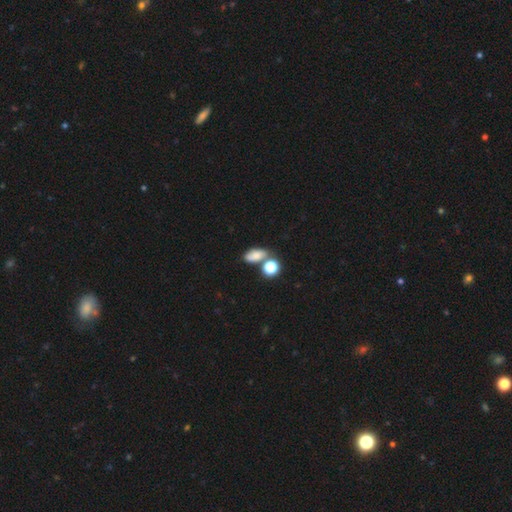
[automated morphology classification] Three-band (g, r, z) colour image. It shows a smooth galaxy with no disk features (76%) that is in between round and cigar-shaped (80%). Merging: none (49%).